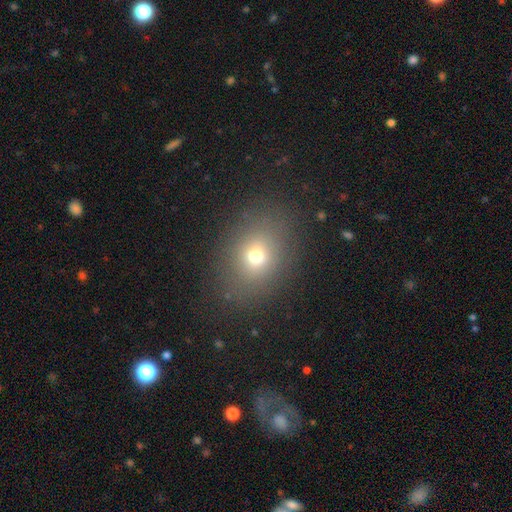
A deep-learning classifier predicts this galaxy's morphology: A smooth galaxy with no disk features (69%) that is in between round and cigar-shaped (52%).

Vote fractions:
- Smooth or featured? smooth: 69% / star or artifact: 18% / featured or disk: 14%
- How rounded? in between: 52% / round: 46% / cigar-shaped: 1%
- Merging? none: 83% / minor disturbance: 10% / major disturbance: 5% / merger: 1%